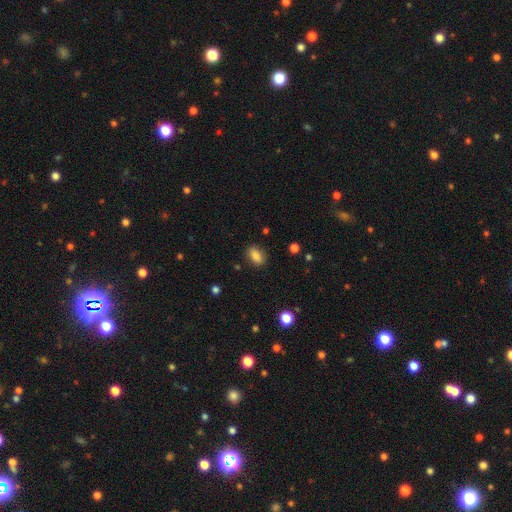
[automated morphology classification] A smooth galaxy with no disk features (85%) that is in between round and cigar-shaped (84%).

Vote fractions:
- Smooth or featured? smooth: 85% / star or artifact: 9% / featured or disk: 6%
- How rounded? in between: 84% / round: 11% / cigar-shaped: 5%
- Merging? none: 86% / minor disturbance: 10% / major disturbance: 3% / merger: 1%